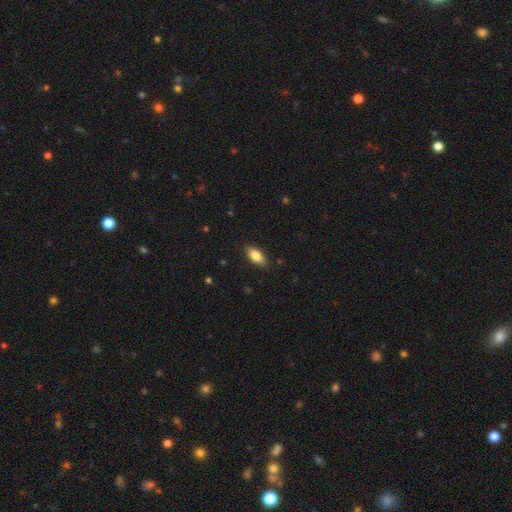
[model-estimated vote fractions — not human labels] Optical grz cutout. It shows a smooth galaxy with no disk features (83%) that is in between round and cigar-shaped (88%). Merging: none (87%).